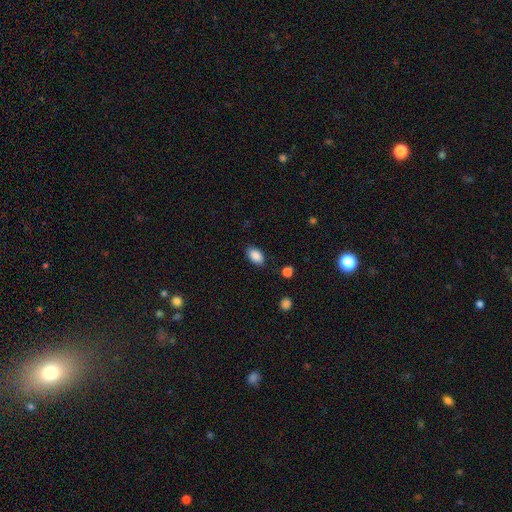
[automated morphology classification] This is clearly a smooth galaxy (88%). How rounded: clearly in between (91%). Merging: clearly none (84%).